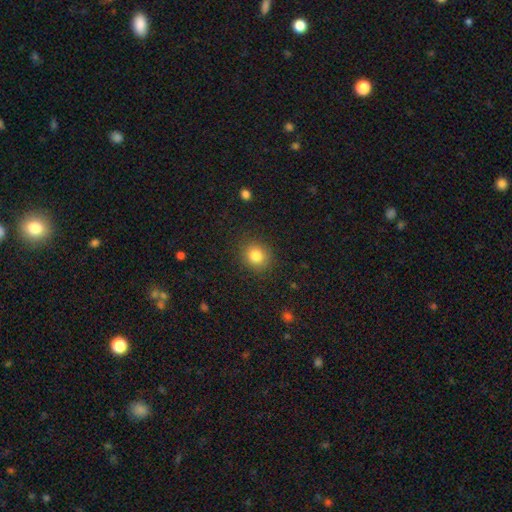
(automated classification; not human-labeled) A smooth galaxy with no disk features (83%) that is round (83%).

Vote fractions:
- Smooth or featured? smooth: 83% / star or artifact: 11% / featured or disk: 6%
- How rounded? round: 83% / in between: 16% / cigar-shaped: 1%
- Merging? none: 88% / minor disturbance: 8% / major disturbance: 3% / merger: 1%